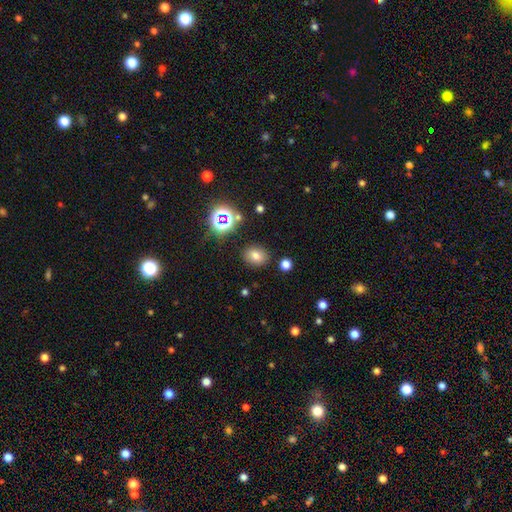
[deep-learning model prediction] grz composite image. It shows a smooth galaxy with no disk features (73%) that is round (51%). Merging: none (86%).